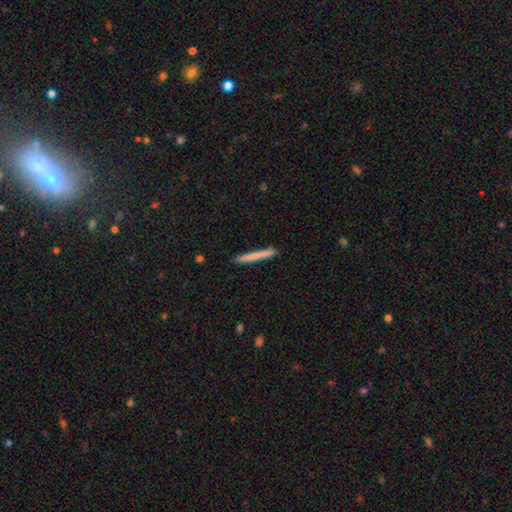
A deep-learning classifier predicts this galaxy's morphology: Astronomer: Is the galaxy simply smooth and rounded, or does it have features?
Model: smooth — 71%.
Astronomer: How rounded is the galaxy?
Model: cigar-shaped — 97%.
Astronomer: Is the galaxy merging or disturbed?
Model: none — 90%.